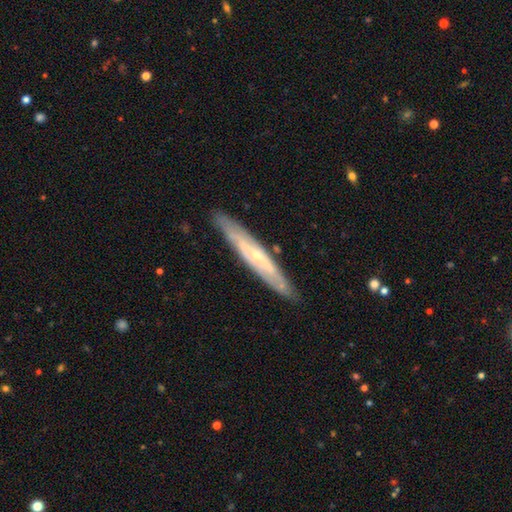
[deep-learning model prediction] A featured or disk galaxy (71%) viewed edge-on (67%). Merging: none (86%).